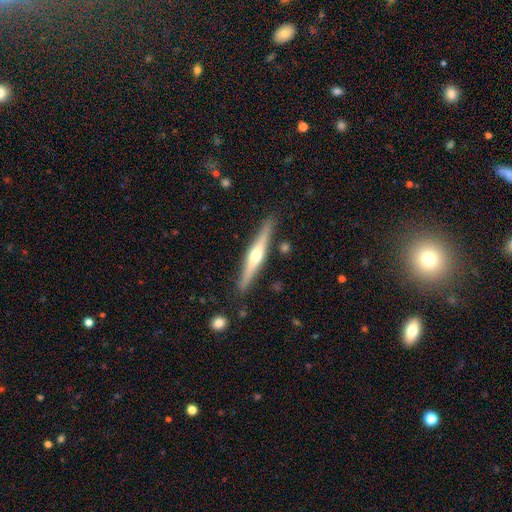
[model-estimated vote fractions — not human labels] Smooth or featured? featured or disk (71%)
Edge-on disk? yes (97%)
Edge-on bulge? rounded (88%)
Merging? none (87%)